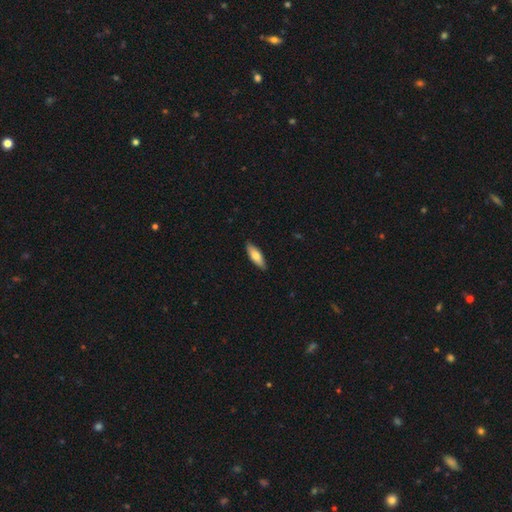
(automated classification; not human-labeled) The model was most divided on "how rounded": in between: 61%, cigar-shaped: 37%, round: 2%. More confident: merging — none (87%); smooth or featured — smooth (74%).